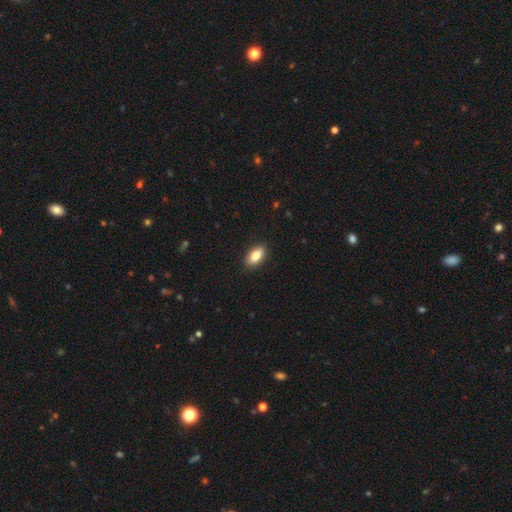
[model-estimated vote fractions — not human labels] The model was most divided on "smooth or featured": smooth: 82%, featured or disk: 11%, star or artifact: 7%. More confident: merging — none (89%); how rounded — in between (88%).